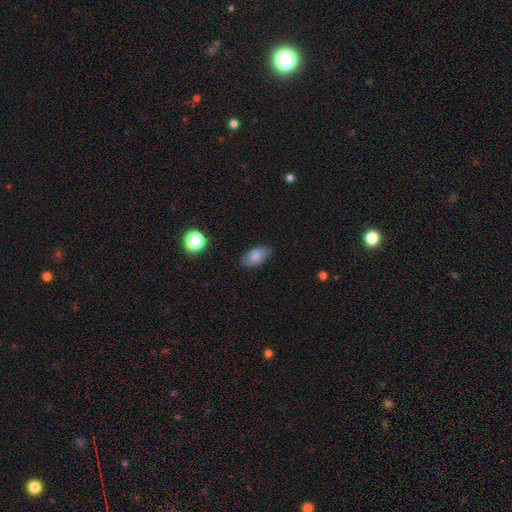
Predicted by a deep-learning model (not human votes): A smooth galaxy with no disk features (82%) that is in between round and cigar-shaped (91%). Merging: none (80%).